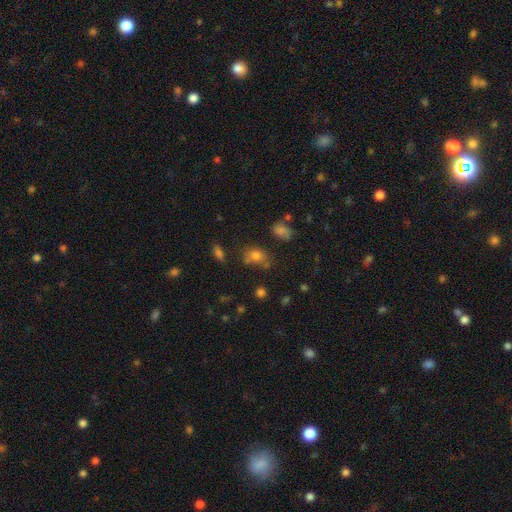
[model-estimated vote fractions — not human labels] Smooth or featured? smooth (73%)
How rounded? in between (58%)
Merging? none (59%)